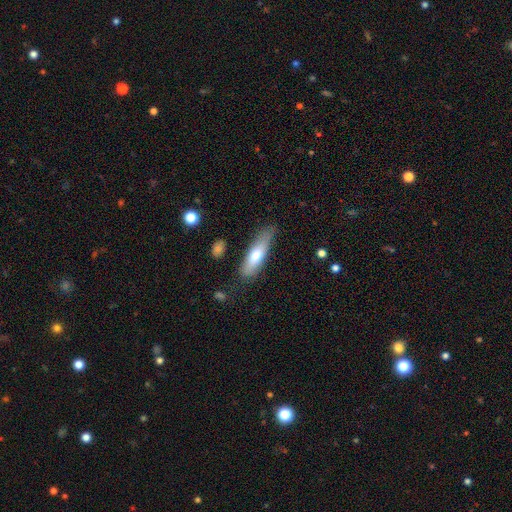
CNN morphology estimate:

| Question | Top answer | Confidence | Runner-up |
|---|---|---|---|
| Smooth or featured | smooth | 67% | featured or disk (27%) |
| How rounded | cigar-shaped | 62% | in between (36%) |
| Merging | none | 71% | minor disturbance (21%) |